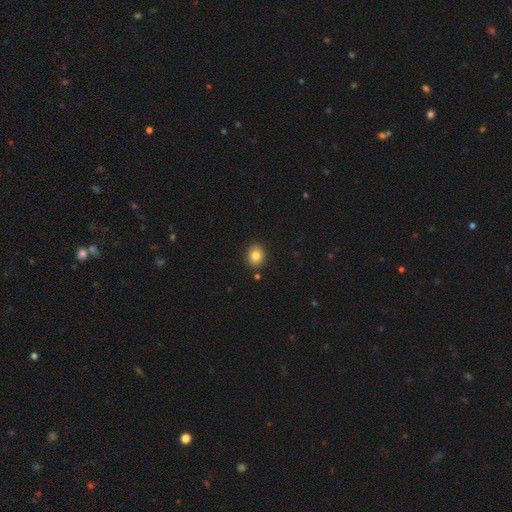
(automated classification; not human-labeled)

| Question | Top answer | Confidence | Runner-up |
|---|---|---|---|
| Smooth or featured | smooth | 83% | star or artifact (10%) |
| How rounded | round | 65% | in between (34%) |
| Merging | none | 88% | minor disturbance (7%) |